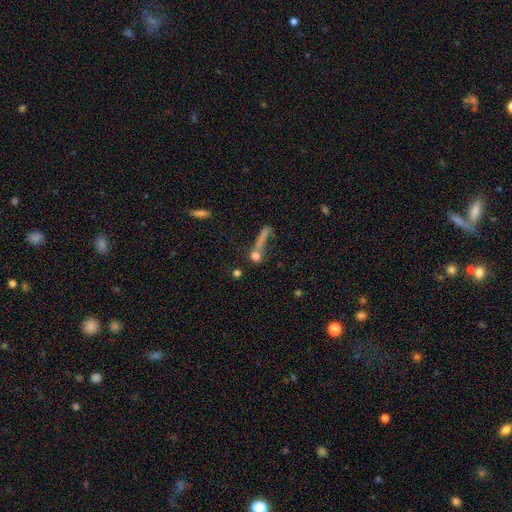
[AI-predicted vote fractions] This appears to be a smooth galaxy with no disk features (69%) that is round (59%). Merging: none (46%).